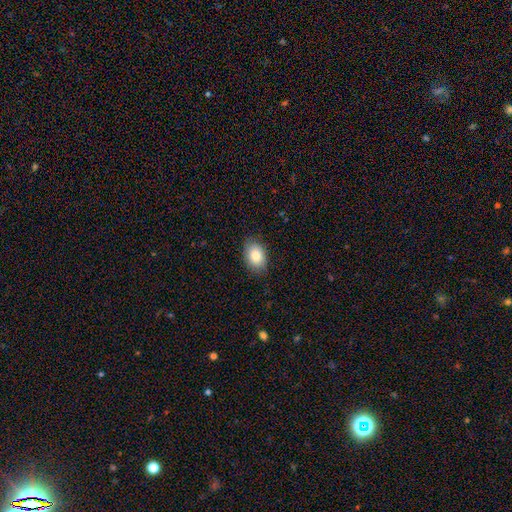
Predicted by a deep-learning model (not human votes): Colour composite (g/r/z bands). It shows a smooth galaxy with no disk features (84%) that is in between round and cigar-shaped (83%). Merging: none (85%).